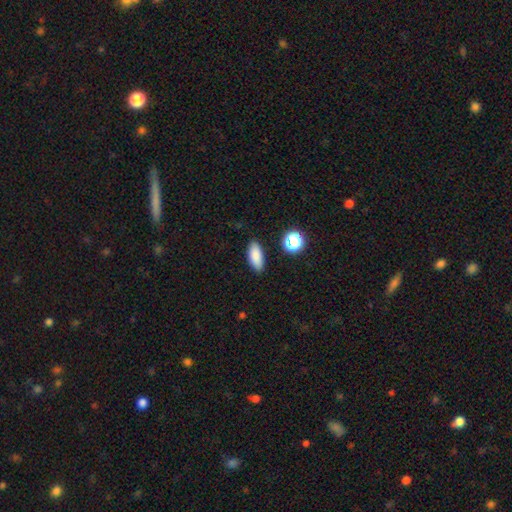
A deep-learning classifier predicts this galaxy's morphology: Smooth or featured: smooth — 85% (star or artifact — 10%)
How rounded: in between — 83% (cigar-shaped — 13%)
Merging: none — 86% (minor disturbance — 10%)